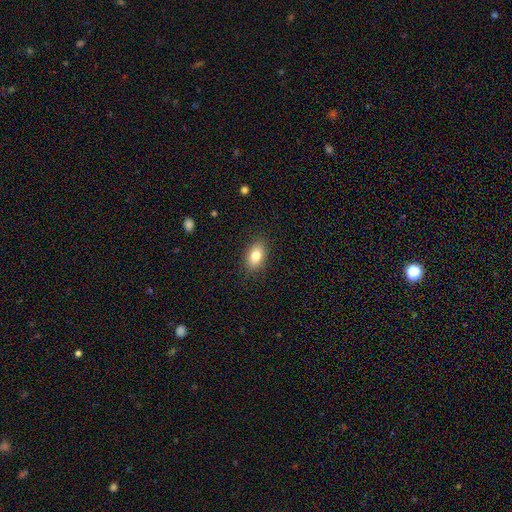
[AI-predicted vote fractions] smooth_or_featured: smooth (p=0.81) [alt: featured or disk p=0.10]
how_rounded: in between (p=0.87) [alt: round p=0.11]
merging: none (p=0.87) [alt: minor disturbance p=0.10]